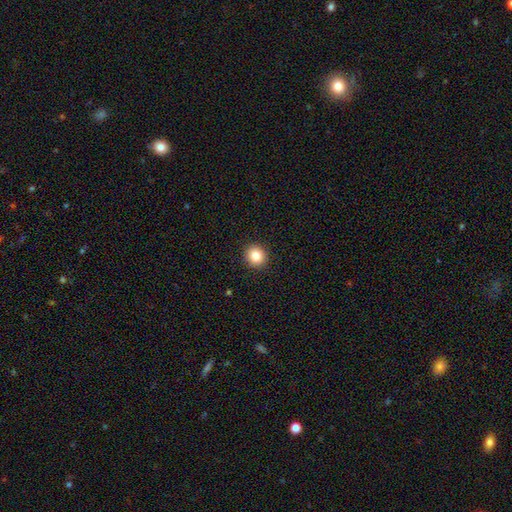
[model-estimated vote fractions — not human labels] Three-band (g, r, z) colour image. It shows a smooth galaxy with no disk features (85%) that is round (91%). Merging: none (93%).